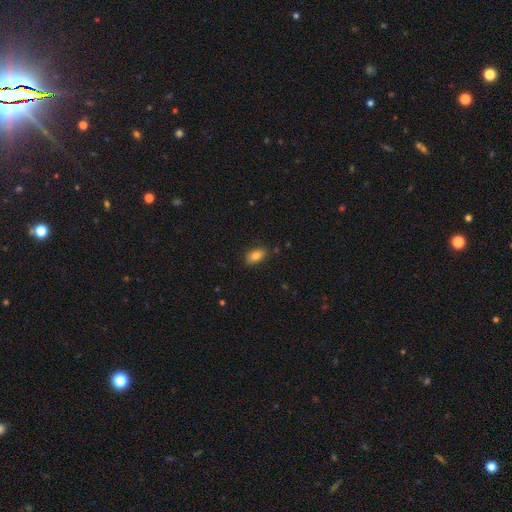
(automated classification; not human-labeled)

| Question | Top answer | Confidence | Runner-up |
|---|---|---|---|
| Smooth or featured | smooth | 82% | featured or disk (9%) |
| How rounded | in between | 88% | round (10%) |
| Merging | none | 84% | minor disturbance (12%) |